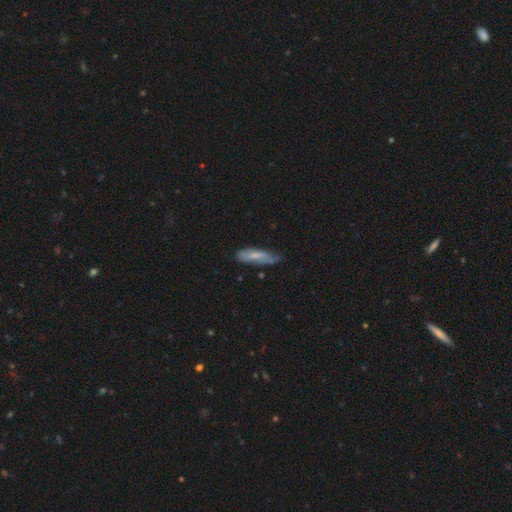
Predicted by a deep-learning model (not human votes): The model was most divided on "how rounded": cigar-shaped: 58%, in between: 41%, round: 2%. More confident: smooth or featured — smooth (61%); merging — none (54%).